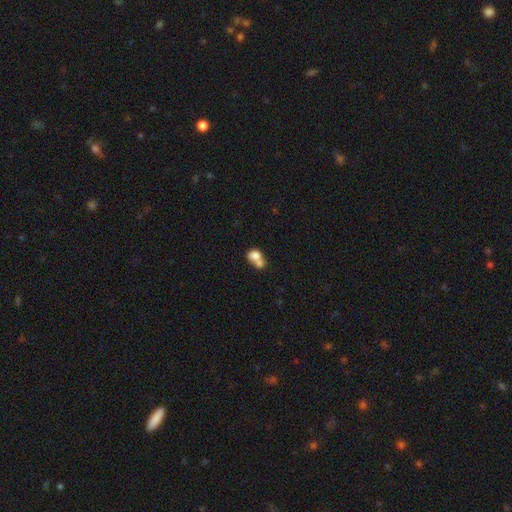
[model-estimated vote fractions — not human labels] Smooth or featured? smooth (73%)
How rounded? round (54%)
Merging? merger (68%)